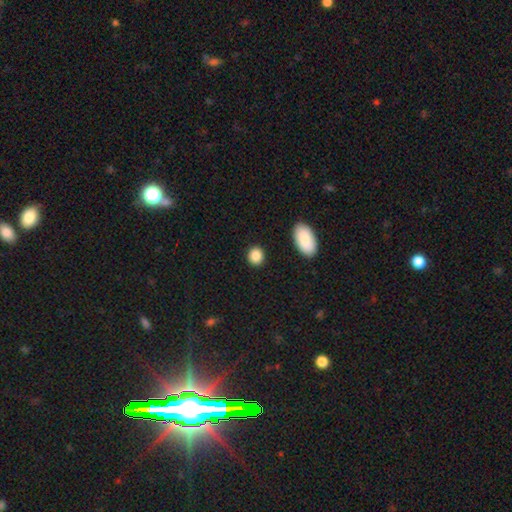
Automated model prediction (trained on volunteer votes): This is clearly a smooth galaxy (88%). How rounded: likely round (70%). Merging: clearly none (89%).